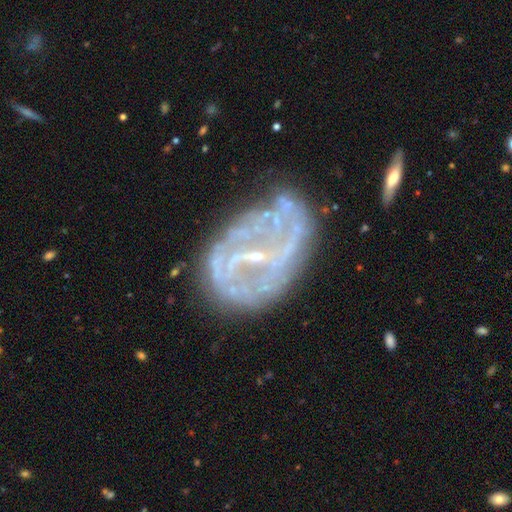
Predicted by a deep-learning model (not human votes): smooth_or_featured: featured or disk (p=0.79) [alt: smooth p=0.11]
disk_edge_on: no (p=0.97) [alt: yes p=0.03]
bar: weak (p=0.40) [alt: no p=0.35]
has_spiral_arms: yes (p=0.67) [alt: no p=0.33]
spiral_winding: tight (p=0.36) [alt: medium p=0.34]
spiral_arm_count: can't tell (p=0.42) [alt: 2 p=0.30]
bulge_size: small (p=0.80) [alt: moderate p=0.10]
merging: none (p=0.47) [alt: minor disturbance p=0.25]